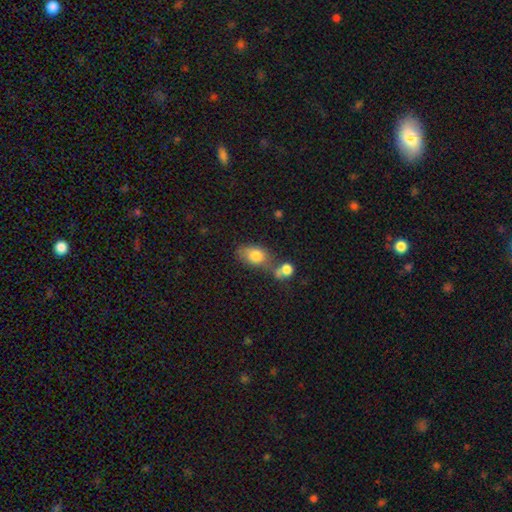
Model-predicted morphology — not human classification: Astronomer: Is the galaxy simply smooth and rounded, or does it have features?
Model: smooth — 80%.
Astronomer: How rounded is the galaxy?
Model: in between — 81%.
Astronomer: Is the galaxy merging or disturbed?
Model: none — 42% (runner-up: merger, 31%).